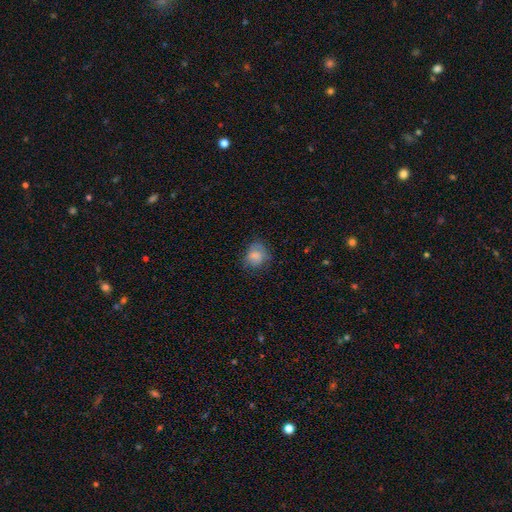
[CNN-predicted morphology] A smooth galaxy with no disk features (76%) that is round (63%). Merging: none (63%).